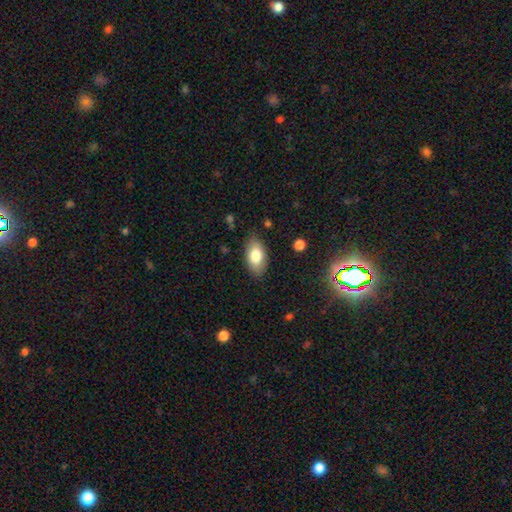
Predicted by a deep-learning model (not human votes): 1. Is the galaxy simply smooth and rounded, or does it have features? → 80% smooth, 13% featured or disk, 7% star or artifact.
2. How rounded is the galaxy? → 93% in between, 4% round, 3% cigar-shaped.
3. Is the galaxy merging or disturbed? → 85% none, 11% minor disturbance, 3% major disturbance, 1% merger.